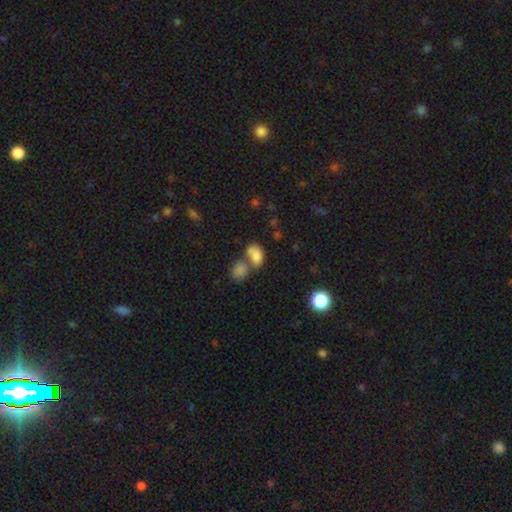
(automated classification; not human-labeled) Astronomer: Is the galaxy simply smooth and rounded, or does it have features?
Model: smooth — 78%.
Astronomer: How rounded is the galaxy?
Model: in between — 80%.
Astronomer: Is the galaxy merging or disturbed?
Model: merger — 52% (runner-up: none, 30%).